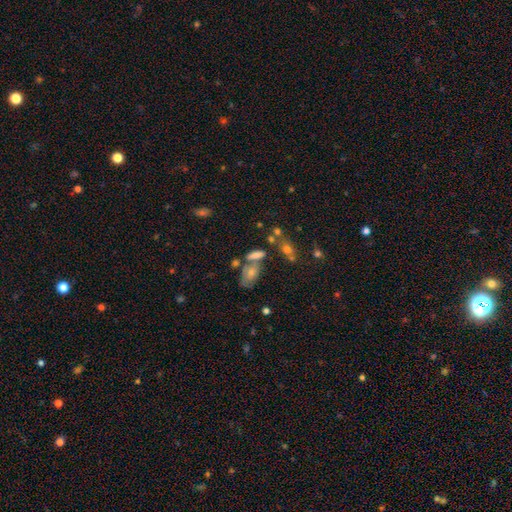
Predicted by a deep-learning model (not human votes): The model was most divided on "merging": none: 44%, merger: 34%, minor disturbance: 15%, major disturbance: 7%. More confident: how rounded — in between (72%); smooth or featured — smooth (62%).